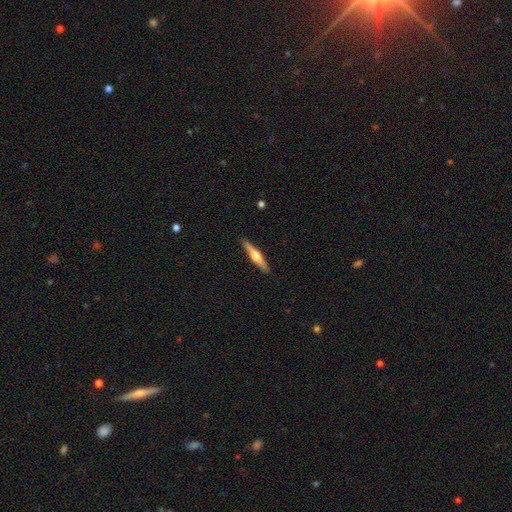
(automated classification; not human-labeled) Morphology: type=featured or disk (66%); edge-on=yes (97%); edge-on bulge=rounded (93%); merging=none (91%).